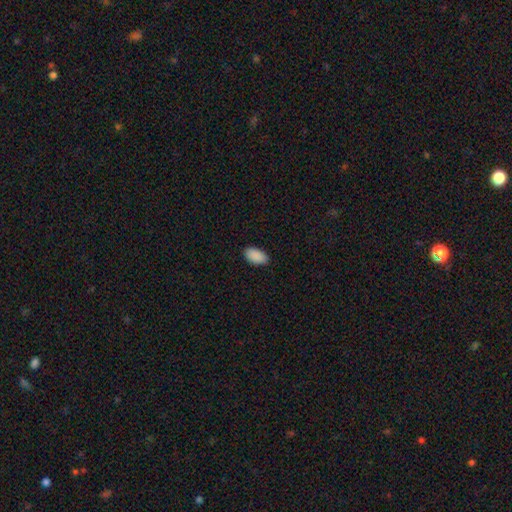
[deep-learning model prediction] The model was most divided on "merging": none: 88%, minor disturbance: 9%, major disturbance: 2%, merger: 1%. More confident: how rounded — in between (95%); smooth or featured — smooth (91%).